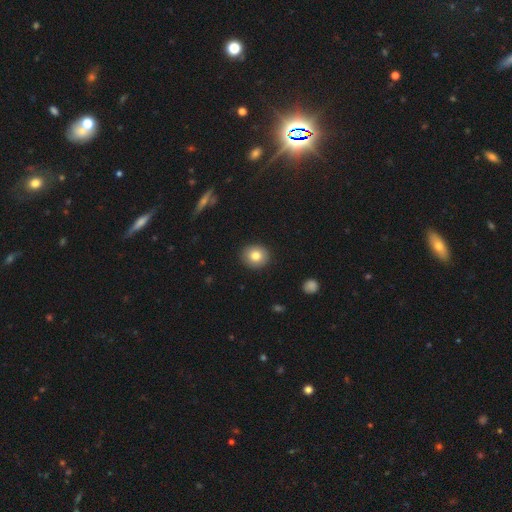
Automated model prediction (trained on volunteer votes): Smooth or featured? smooth (81%)
How rounded? round (78%)
Merging? none (91%)